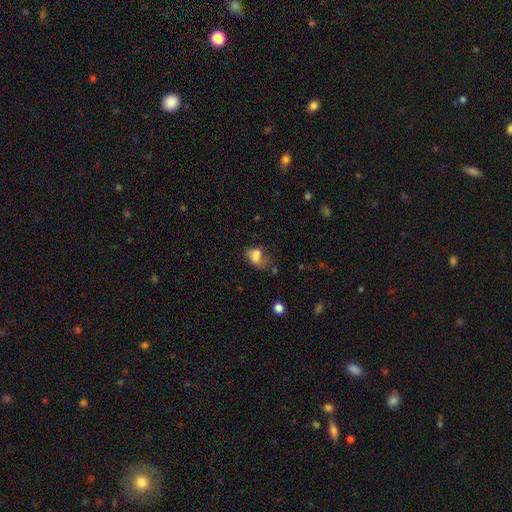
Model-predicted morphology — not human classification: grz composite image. It shows a smooth galaxy with no disk features (71%) that is in between round and cigar-shaped (75%). Merging: none (35%).